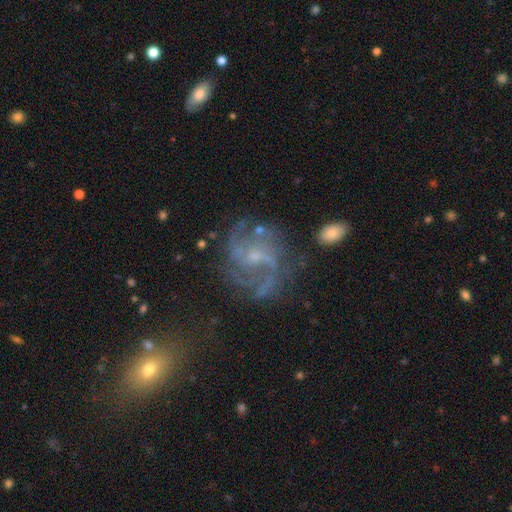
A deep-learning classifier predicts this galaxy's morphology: featured or disk 82%, star or artifact 9%, smooth 8%. Down the decision tree: edge-on disk — no (98%); bar — weak (51%); spiral arms — yes (92%); spiral arm count — 2 (57%); spiral winding — medium (49%); bulge size — small (63%); merging — none (61%).